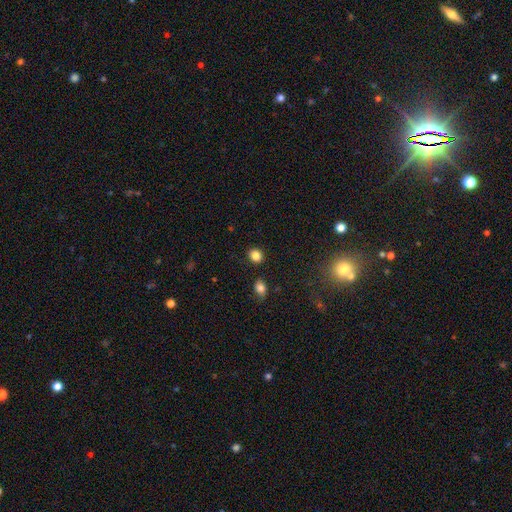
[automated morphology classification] Overall: smooth (85%). How rounded: round (64%; in between 35%). Merging: none (86%).